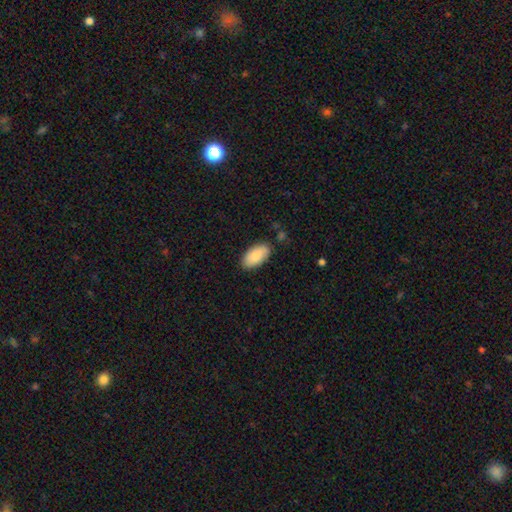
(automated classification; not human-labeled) Q: Smooth or featured?
A: smooth (87%); runner-up: featured or disk (7%)
Q: How rounded?
A: in between (95%); runner-up: cigar-shaped (3%)
Q: Merging?
A: none (84%); runner-up: minor disturbance (12%)